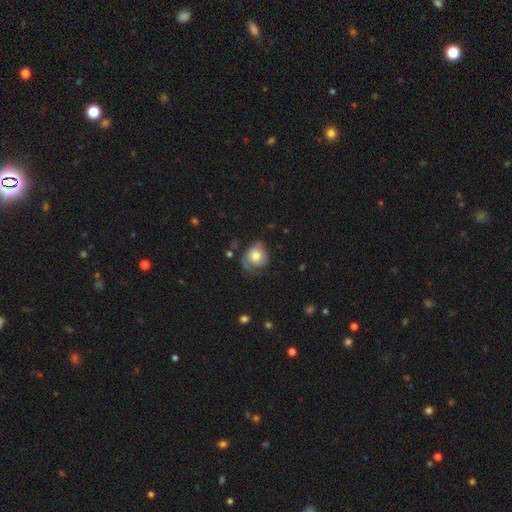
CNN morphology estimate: Smooth or featured?
  - featured or disk: 48% *
  - smooth: 45%
  - star or artifact: 7%
Merging?
  - none: 50% *
  - minor disturbance: 27%
  - major disturbance: 20%
  - merger: 2%